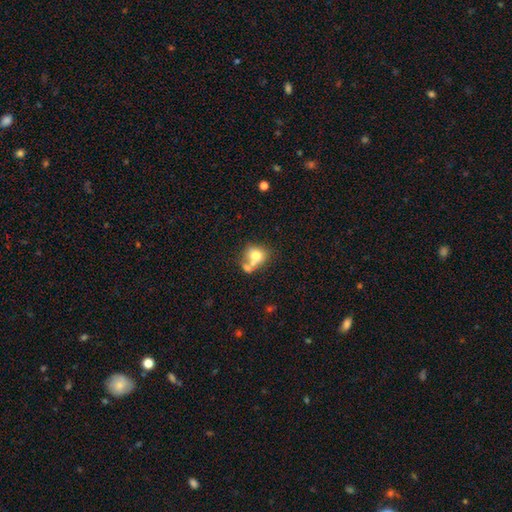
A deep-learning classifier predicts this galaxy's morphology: Smooth or featured? smooth (70%)
How rounded? round (64%)
Merging? merger (47%)